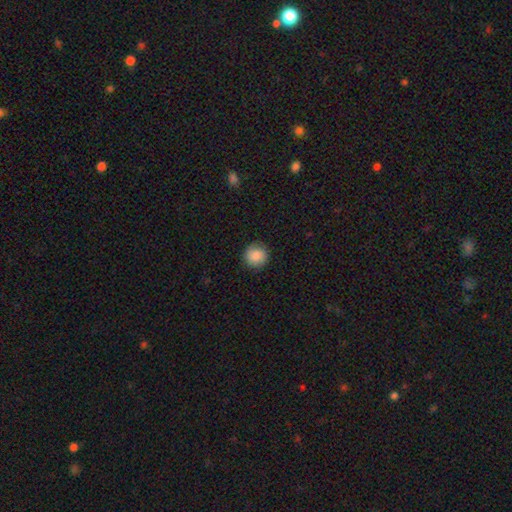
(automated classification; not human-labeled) A smooth galaxy with no disk features (86%) that is round (93%). Merging: none (87%).